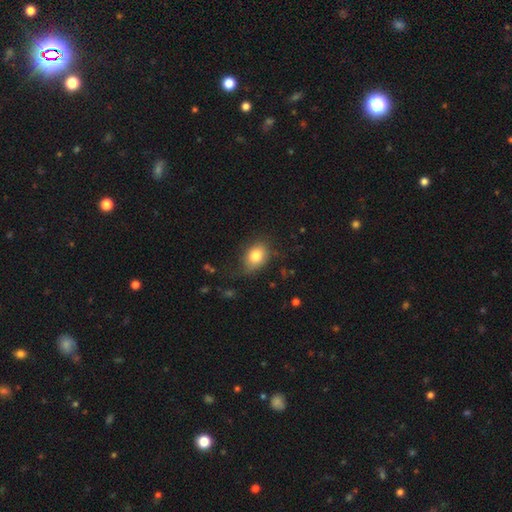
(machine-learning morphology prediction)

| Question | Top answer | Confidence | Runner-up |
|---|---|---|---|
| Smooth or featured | smooth | 80% | featured or disk (11%) |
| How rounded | in between | 72% | round (27%) |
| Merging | none | 66% | minor disturbance (24%) |